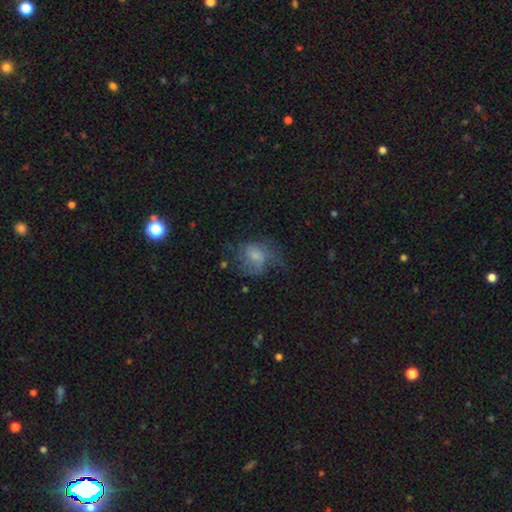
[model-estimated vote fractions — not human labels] Smooth or featured? Predicted: smooth (p=0.46). Merging? Predicted: none (p=0.37).